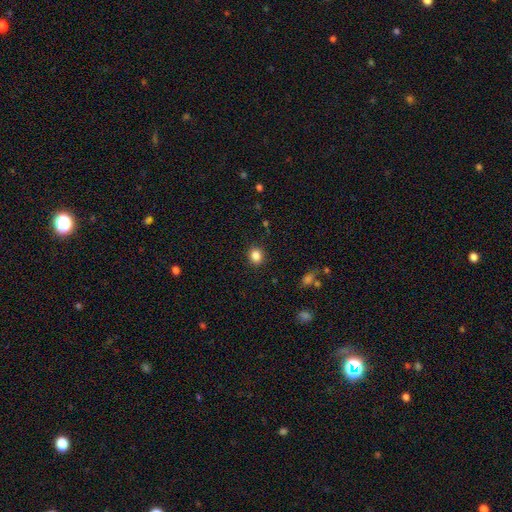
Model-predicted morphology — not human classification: Smooth or featured? smooth (85%)
How rounded? round (67%)
Merging? none (89%)